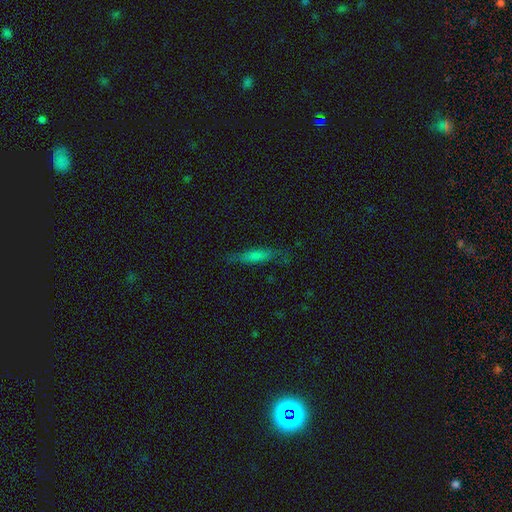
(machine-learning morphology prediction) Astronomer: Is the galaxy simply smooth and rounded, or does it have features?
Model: smooth — 59%.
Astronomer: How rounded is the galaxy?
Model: cigar-shaped — 82%.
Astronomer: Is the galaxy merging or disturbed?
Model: none — 75%.